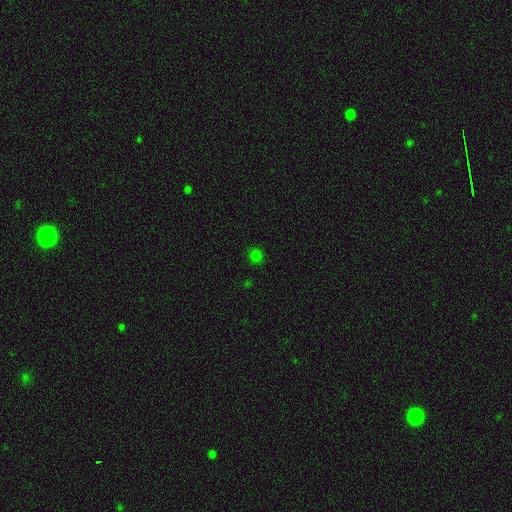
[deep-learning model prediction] Morphology: type=smooth (76%); roundness=round (90%); merging=none (90%).